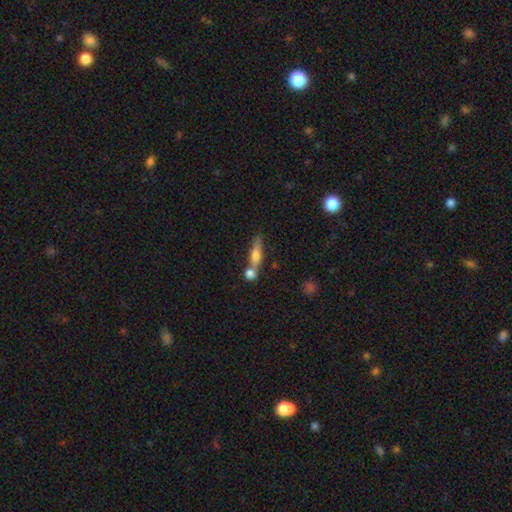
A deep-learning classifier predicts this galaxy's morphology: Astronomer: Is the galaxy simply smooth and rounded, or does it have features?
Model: smooth — 54% (runner-up: featured or disk, 37%).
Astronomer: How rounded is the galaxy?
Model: cigar-shaped — 65%.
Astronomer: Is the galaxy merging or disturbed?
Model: none — 45% (runner-up: merger, 40%).